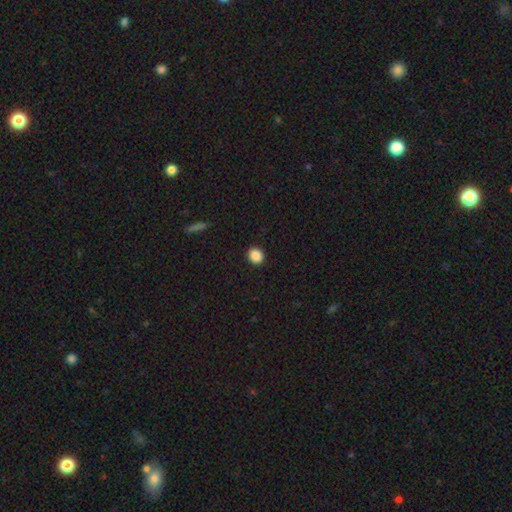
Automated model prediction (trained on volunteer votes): Smooth or featured? Predicted: smooth (p=0.88). How rounded? Predicted: round (p=0.66). Merging? Predicted: none (p=0.91).